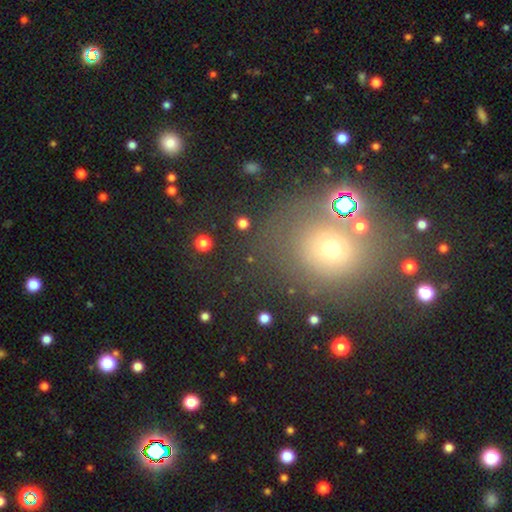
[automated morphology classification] Q: Smooth or featured?
A: smooth (51%); runner-up: star or artifact (37%)
Q: How rounded?
A: round (77%); runner-up: in between (21%)
Q: Merging?
A: none (74%); runner-up: minor disturbance (12%)